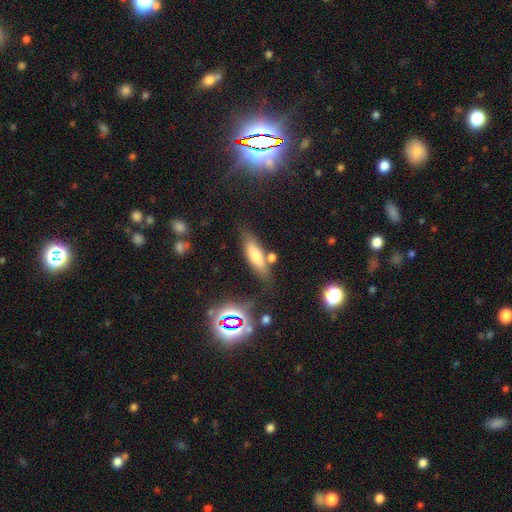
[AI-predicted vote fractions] Smooth or featured?
  - smooth: 62% *
  - featured or disk: 24%
  - star or artifact: 14%
How rounded?
  - cigar-shaped: 52% *
  - in between: 45%
  - round: 3%
Merging?
  - none: 70% *
  - minor disturbance: 15%
  - merger: 10%
  - major disturbance: 5%